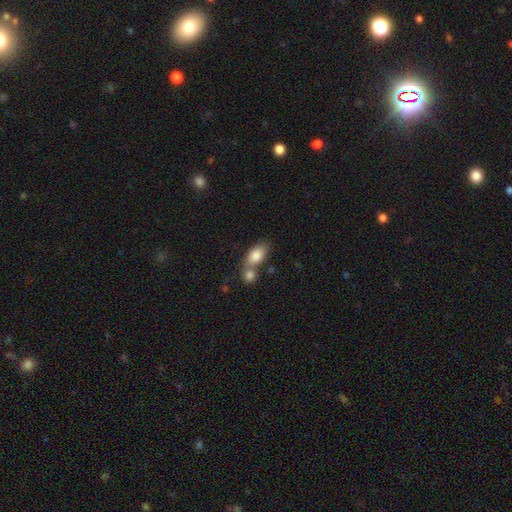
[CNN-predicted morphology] Q: Smooth or featured?
A: smooth (82%); runner-up: featured or disk (11%)
Q: How rounded?
A: in between (86%); runner-up: round (9%)
Q: Merging?
A: merger (48%); runner-up: none (38%)